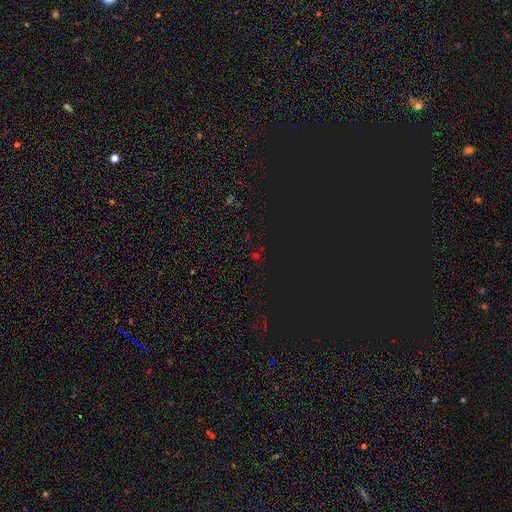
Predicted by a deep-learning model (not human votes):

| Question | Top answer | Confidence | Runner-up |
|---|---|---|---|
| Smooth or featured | star or artifact | 72% | smooth (21%) |